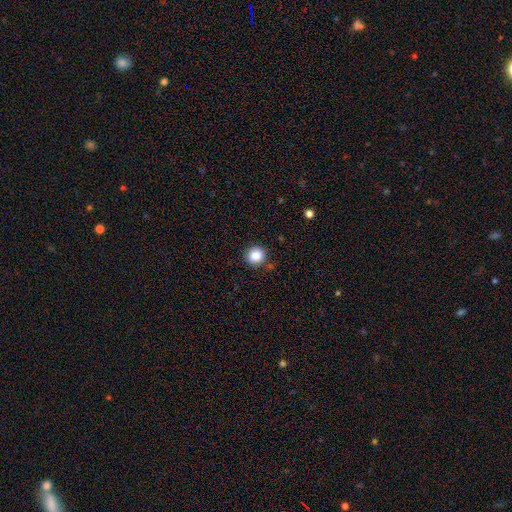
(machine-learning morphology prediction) smooth 87%, star or artifact 10%, featured or disk 3%. Down the decision tree: how rounded — round (92%); merging — none (88%).